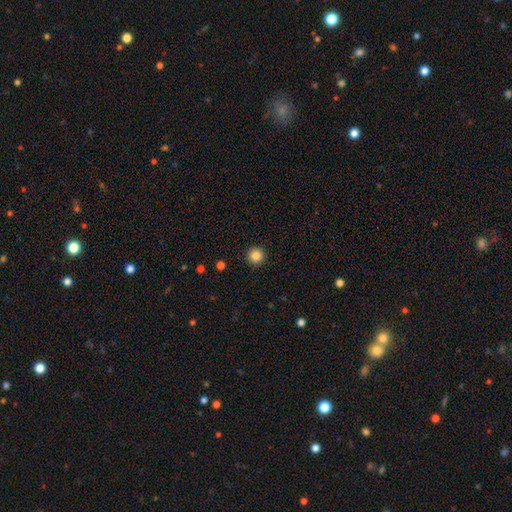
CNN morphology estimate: Smooth or featured: smooth — 86% (star or artifact — 11%)
How rounded: round — 96% (in between — 3%)
Merging: none — 93% (minor disturbance — 5%)